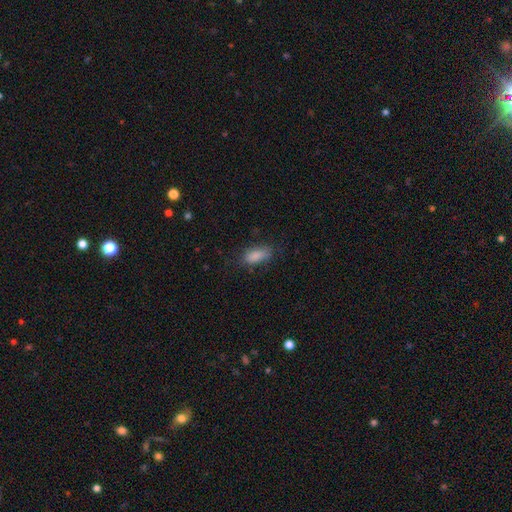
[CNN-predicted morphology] Smooth or featured?
  - smooth: 85% *
  - star or artifact: 8%
  - featured or disk: 7%
How rounded?
  - in between: 85% *
  - cigar-shaped: 12%
  - round: 3%
Merging?
  - none: 72% *
  - minor disturbance: 20%
  - major disturbance: 7%
  - merger: 1%